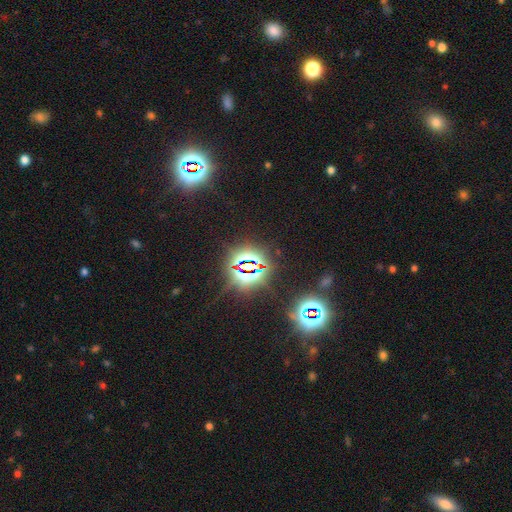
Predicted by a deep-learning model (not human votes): This is clearly a star or artifact rather than a galaxy (82%).